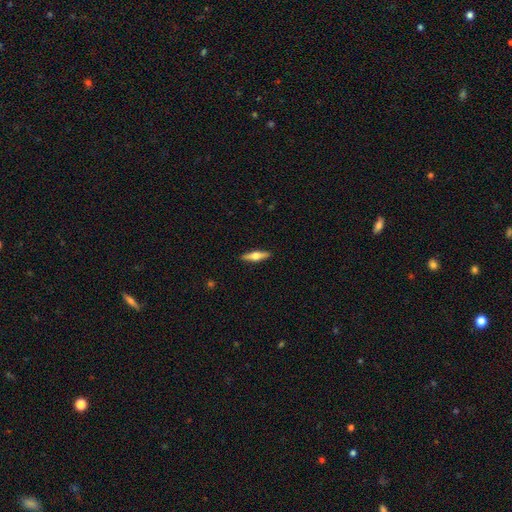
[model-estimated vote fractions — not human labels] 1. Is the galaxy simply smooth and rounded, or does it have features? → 58% featured or disk, 37% smooth, 6% star or artifact.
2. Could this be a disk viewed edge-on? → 96% yes, 4% no.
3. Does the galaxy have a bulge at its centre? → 95% rounded, 3% boxy, 2% none.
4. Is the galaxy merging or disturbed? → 91% none, 6% minor disturbance, 1% major disturbance, 1% merger.